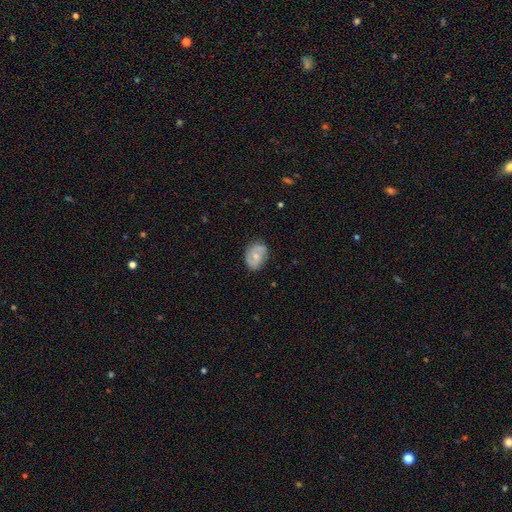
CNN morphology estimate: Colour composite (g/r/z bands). It shows a featured or disk galaxy (54%) with no bar (62%), spiral arms (81%) and a moderate central bulge (49%). Merging: none (75%).